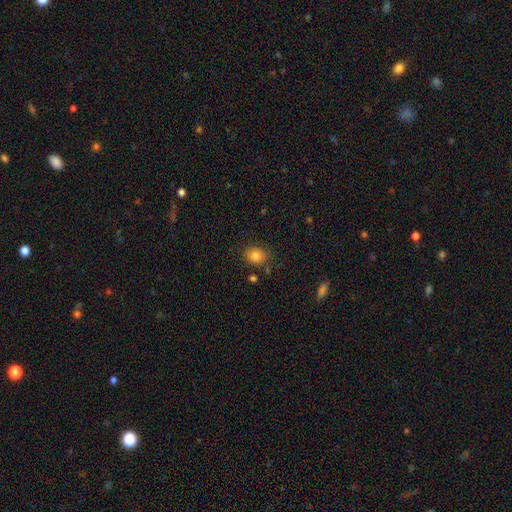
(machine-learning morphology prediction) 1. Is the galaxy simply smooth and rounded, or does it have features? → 81% smooth, 11% star or artifact, 7% featured or disk.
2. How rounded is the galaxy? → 61% round, 38% in between, 1% cigar-shaped.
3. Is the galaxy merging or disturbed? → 82% none, 12% minor disturbance, 4% merger, 3% major disturbance.